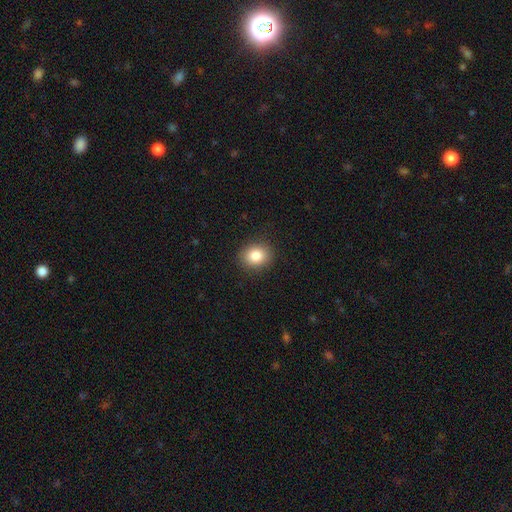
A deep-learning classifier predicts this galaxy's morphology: Smooth or featured? Predicted: smooth (p=0.85). How rounded? Predicted: round (p=0.60). Merging? Predicted: none (p=0.89).